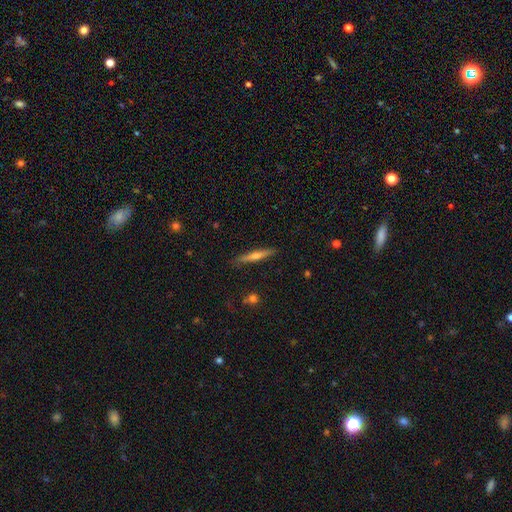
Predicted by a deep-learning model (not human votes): A featured or disk galaxy (57%) viewed edge-on (96%) with a rounded central bulge (79%).

Vote fractions:
- Smooth or featured? featured or disk: 57% / smooth: 36% / star or artifact: 7%
- Edge-on disk? yes: 96% / no: 4%
- Edge-on bulge? rounded: 79% / none: 17% / boxy: 5%
- Merging? none: 89% / minor disturbance: 8% / major disturbance: 2% / merger: 1%